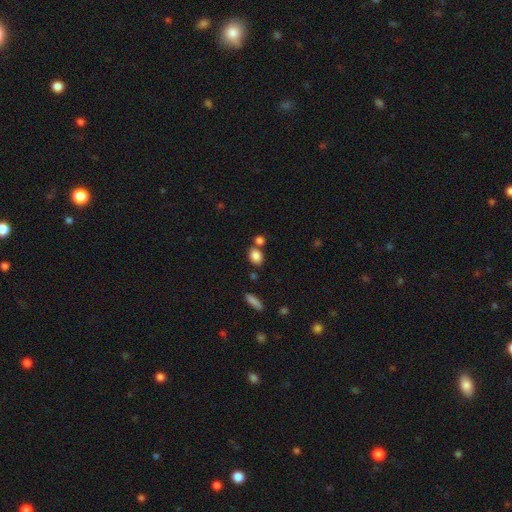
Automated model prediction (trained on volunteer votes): Morphology: type=smooth (85%); roundness=in between (65%); merging=none (63%).